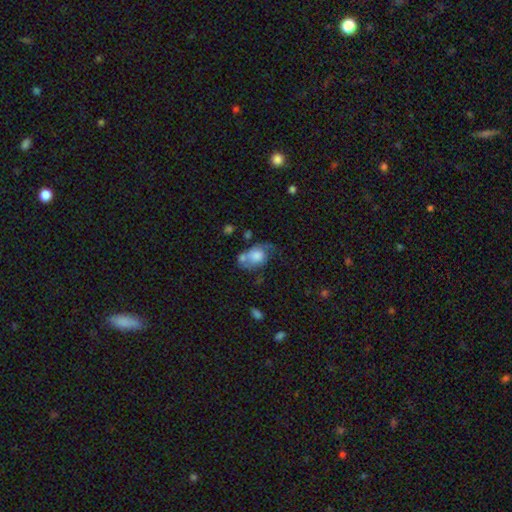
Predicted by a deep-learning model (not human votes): A smooth galaxy with no disk features (52%) that is in between round and cigar-shaped (69%).

Vote fractions:
- Smooth or featured? smooth: 52% / featured or disk: 39% / star or artifact: 9%
- How rounded? in between: 69% / round: 29% / cigar-shaped: 2%
- Merging? none: 30% / minor disturbance: 26% / major disturbance: 25% / merger: 19%